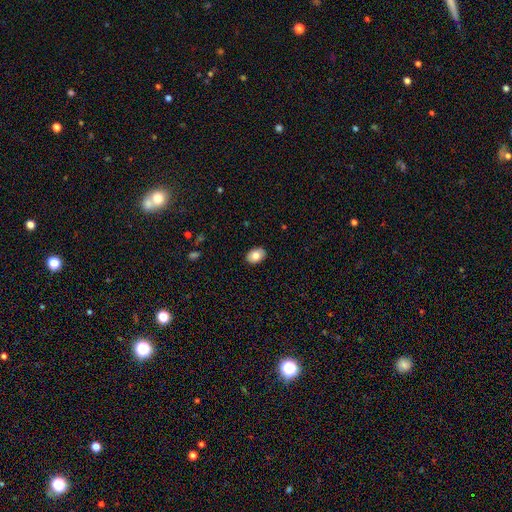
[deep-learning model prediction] Morphology: type=smooth (79%); roundness=in between (81%); merging=none (89%).